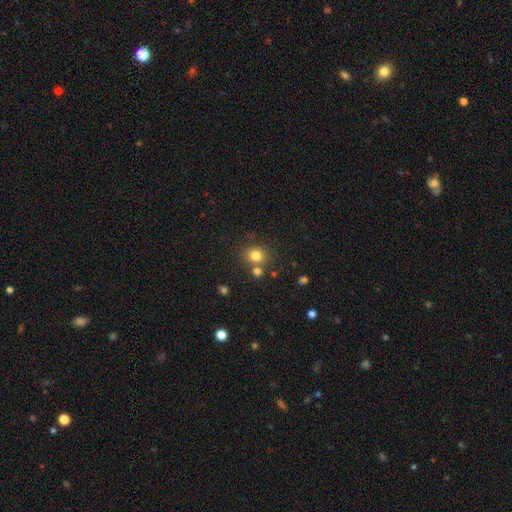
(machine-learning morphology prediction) The model was most divided on "merging": none: 69%, merger: 18%, minor disturbance: 10%, major disturbance: 3%. More confident: how rounded — round (79%); smooth or featured — smooth (79%).